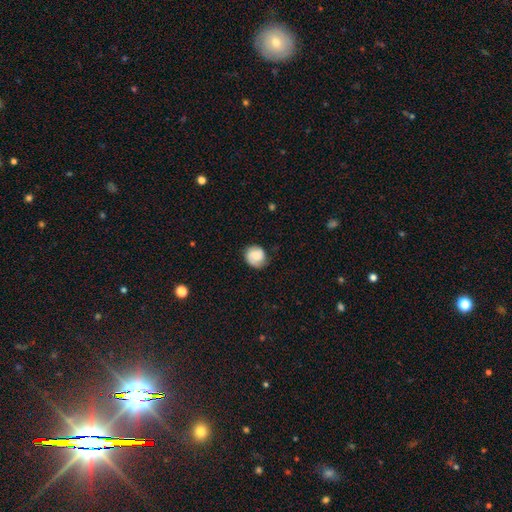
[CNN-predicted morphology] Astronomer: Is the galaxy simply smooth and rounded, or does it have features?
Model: smooth — 60%.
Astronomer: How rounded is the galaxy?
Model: round — 79%.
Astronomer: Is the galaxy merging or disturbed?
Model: none — 73%.